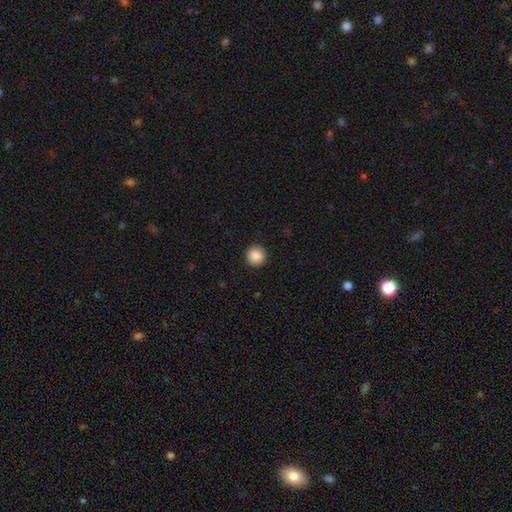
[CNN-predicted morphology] smooth 88%, star or artifact 8%, featured or disk 4%. Down the decision tree: how rounded — round (94%); merging — none (92%).